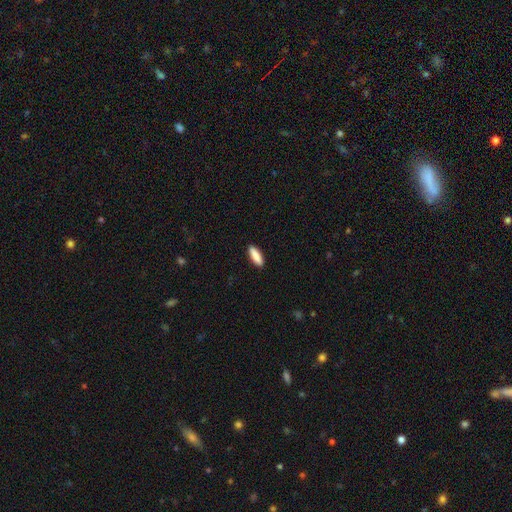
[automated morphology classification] type=smooth (88%); roundness=in between (54%); merging=none (90%).